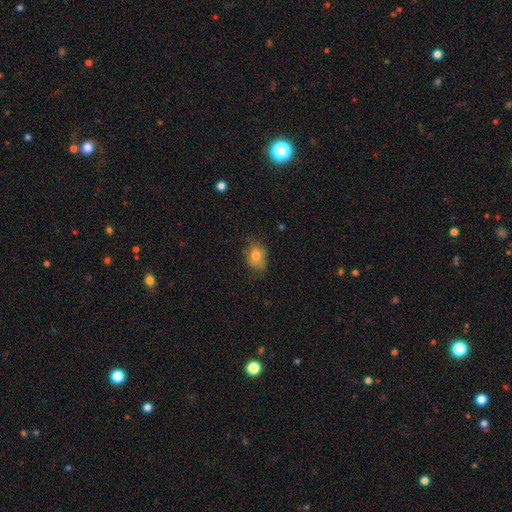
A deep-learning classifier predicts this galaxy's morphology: The model was most divided on "how rounded": in between: 62%, round: 37%, cigar-shaped: 1%. More confident: smooth or featured — smooth (77%); merging — none (63%).